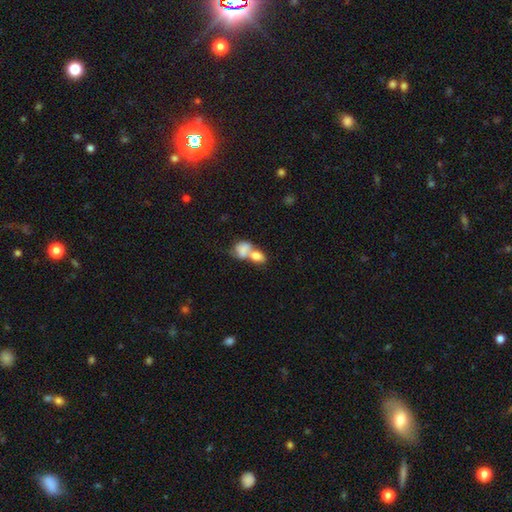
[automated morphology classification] A smooth galaxy with no disk features (75%) that is in between round and cigar-shaped (76%). Merging: merger (75%).